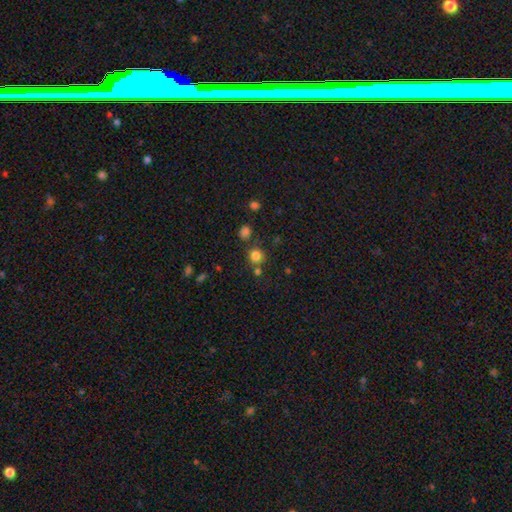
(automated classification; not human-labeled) A smooth galaxy with no disk features (81%) that is round (90%).

Vote fractions:
- Smooth or featured? smooth: 81% / star or artifact: 14% / featured or disk: 6%
- How rounded? round: 90% / in between: 9% / cigar-shaped: 1%
- Merging? none: 75% / merger: 12% / minor disturbance: 9% / major disturbance: 4%